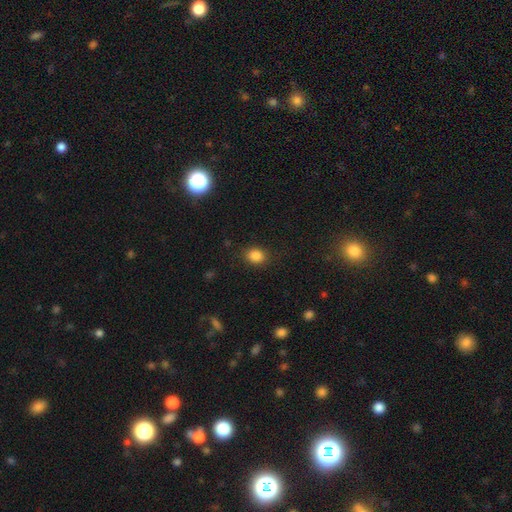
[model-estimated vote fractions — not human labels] This appears to be a smooth galaxy with no disk features (85%) that is round (55%). Merging: none (85%).